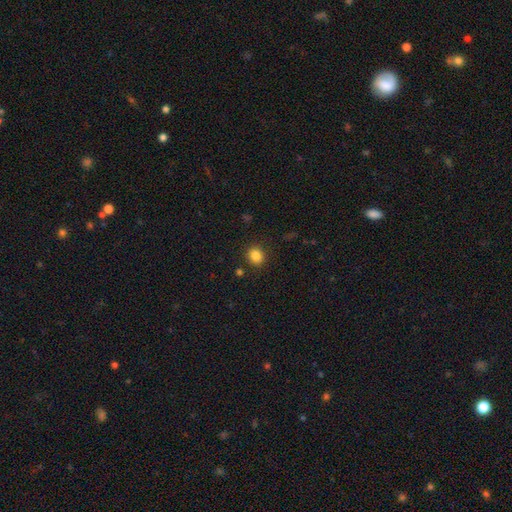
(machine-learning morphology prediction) smooth 84%, star or artifact 11%, featured or disk 5%. Down the decision tree: how rounded — round (75%); merging — none (88%).